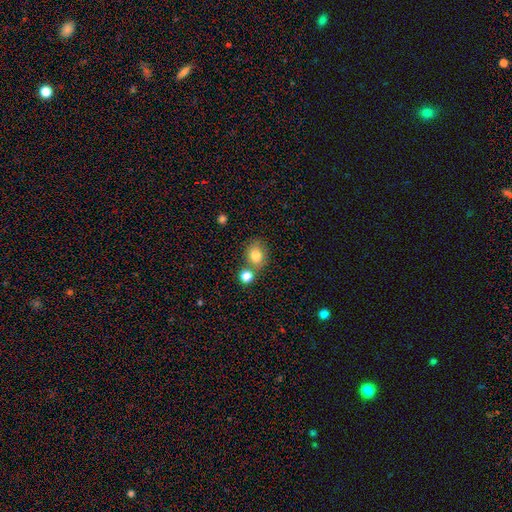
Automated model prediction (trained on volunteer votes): Smooth or featured? smooth (80%)
How rounded? round (57%)
Merging? none (64%)